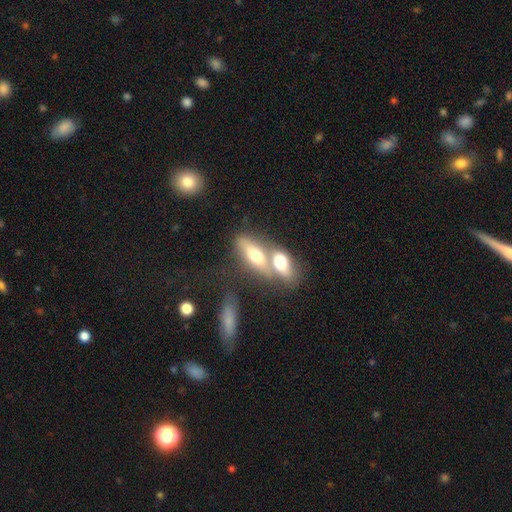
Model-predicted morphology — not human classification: smooth_or_featured: smooth (p=0.61) [alt: featured or disk p=0.31]
how_rounded: in between (p=0.72) [alt: cigar-shaped p=0.22]
merging: merger (p=0.58) [alt: none p=0.28]